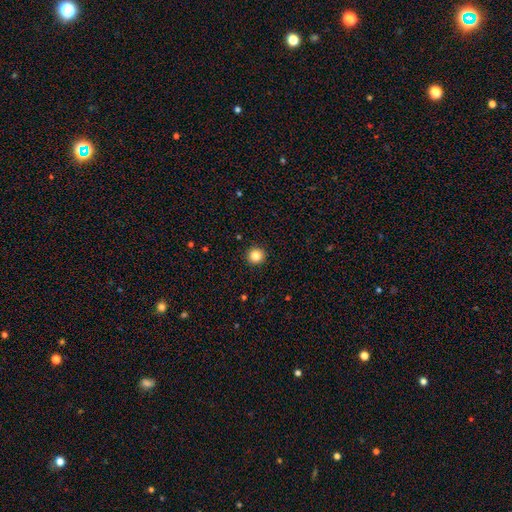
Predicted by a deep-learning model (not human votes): A smooth galaxy with no disk features (85%) that is round (95%).

Vote fractions:
- Smooth or featured? smooth: 85% / star or artifact: 11% / featured or disk: 4%
- How rounded? round: 95% / in between: 4% / cigar-shaped: 1%
- Merging? none: 93% / minor disturbance: 4% / major disturbance: 2% / merger: 1%